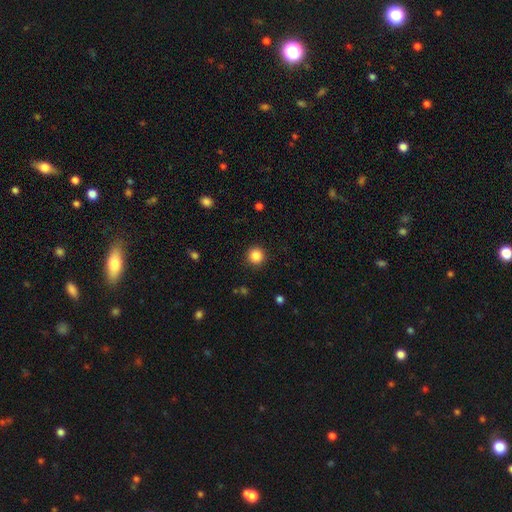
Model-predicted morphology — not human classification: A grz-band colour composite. It shows a smooth galaxy with no disk features (85%) that is round (94%). Merging: none (91%).